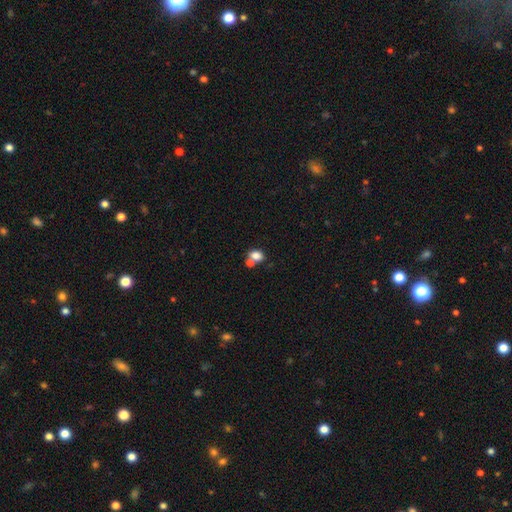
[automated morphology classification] smooth 80%, star or artifact 11%, featured or disk 9%. Down the decision tree: how rounded — in between (75%); merging — none (45%).